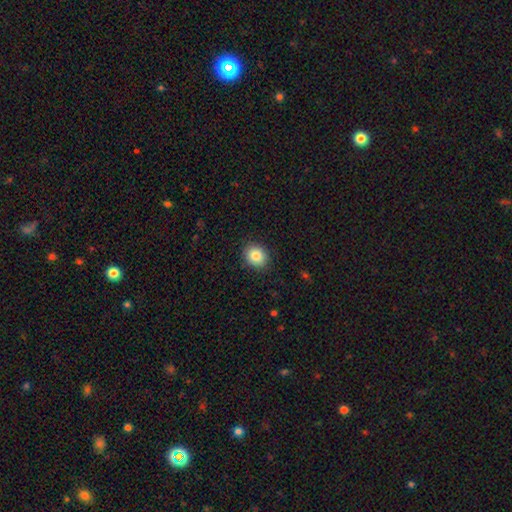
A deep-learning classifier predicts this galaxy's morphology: Smooth or featured: smooth — 85% (star or artifact — 9%)
How rounded: round — 68% (in between — 32%)
Merging: none — 90% (minor disturbance — 7%)